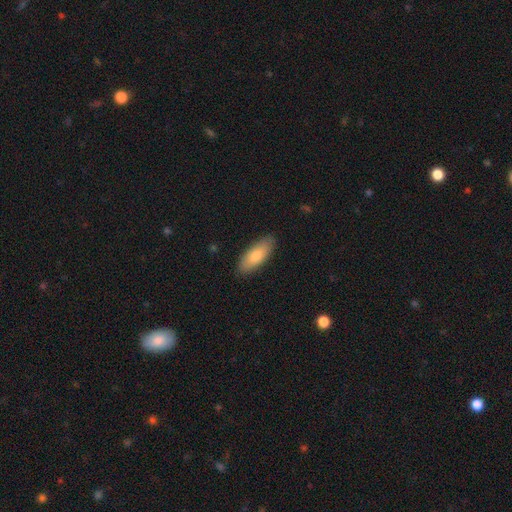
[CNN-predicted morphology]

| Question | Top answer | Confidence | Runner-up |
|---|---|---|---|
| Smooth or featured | smooth | 79% | featured or disk (16%) |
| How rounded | in between | 71% | cigar-shaped (27%) |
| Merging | none | 88% | minor disturbance (9%) |